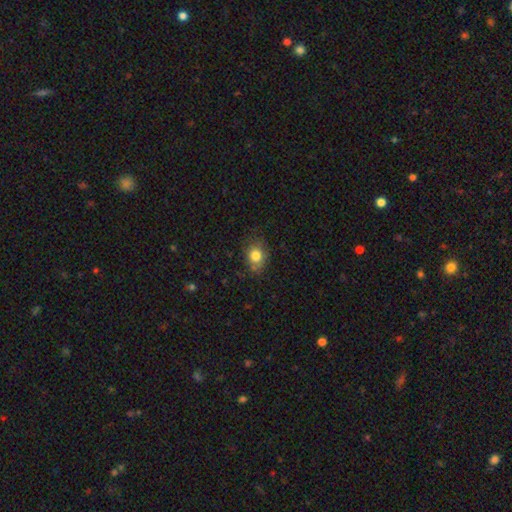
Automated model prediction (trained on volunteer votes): Smooth or featured? smooth (80%)
How rounded? round (52%)
Merging? none (73%)